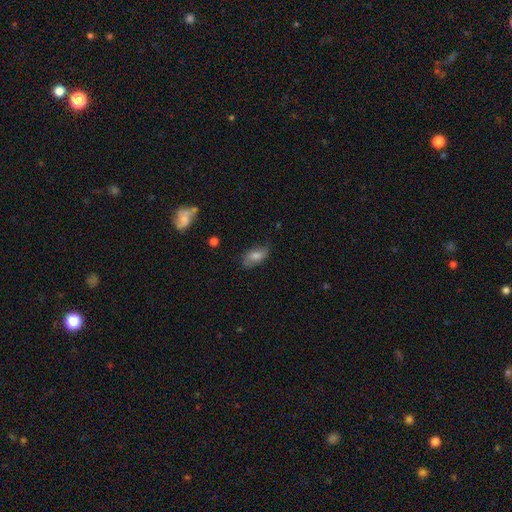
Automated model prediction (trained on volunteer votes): smooth_or_featured: smooth (p=0.65) [alt: featured or disk p=0.25]
how_rounded: in between (p=0.88) [alt: cigar-shaped p=0.07]
merging: none (p=0.69) [alt: minor disturbance p=0.23]